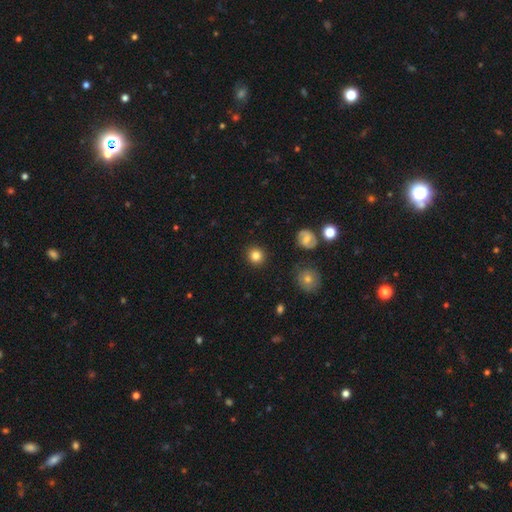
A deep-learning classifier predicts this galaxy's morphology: Smooth or featured: smooth — 83% (star or artifact — 10%)
How rounded: round — 91% (in between — 8%)
Merging: none — 91% (minor disturbance — 6%)